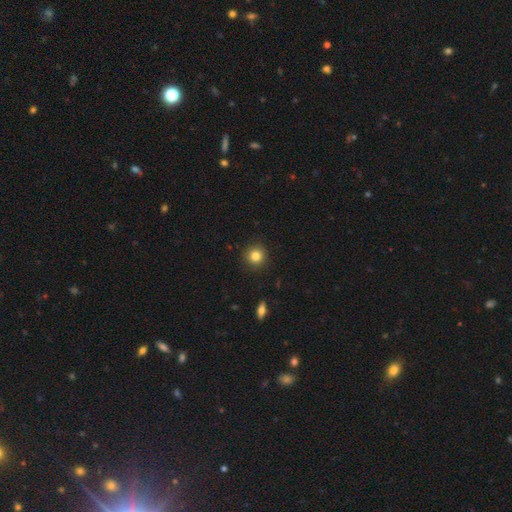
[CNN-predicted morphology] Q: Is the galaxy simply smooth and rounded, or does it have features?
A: smooth — 83%.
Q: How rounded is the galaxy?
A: round — 94%.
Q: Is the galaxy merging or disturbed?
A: none — 91%.